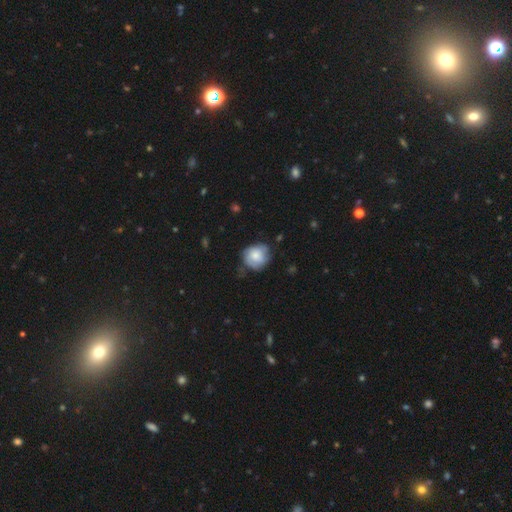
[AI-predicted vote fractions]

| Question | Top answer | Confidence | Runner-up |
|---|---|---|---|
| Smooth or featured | smooth | 60% | featured or disk (33%) |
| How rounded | round | 76% | in between (23%) |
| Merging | none | 56% | minor disturbance (31%) |